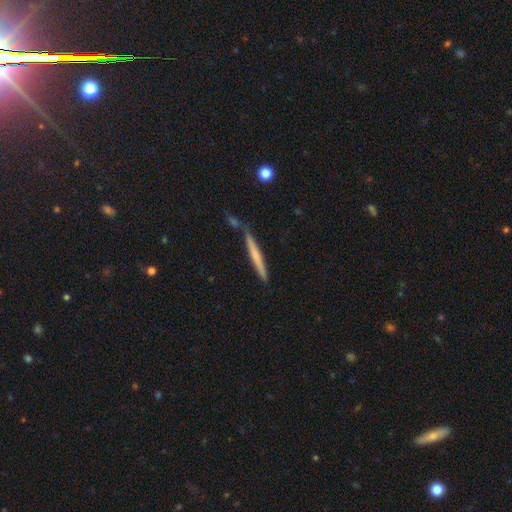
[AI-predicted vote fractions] Overall: smooth (54%; featured or disk 40%). How rounded: cigar-shaped (96%). Merging: none (74%).